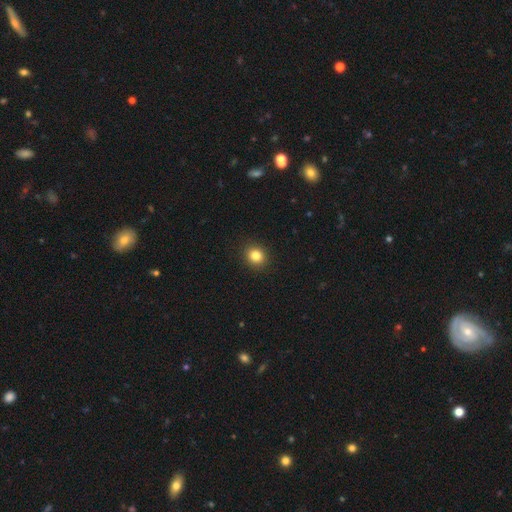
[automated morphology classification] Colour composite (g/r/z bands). It shows a smooth galaxy with no disk features (83%) that is round (81%). Merging: none (92%).